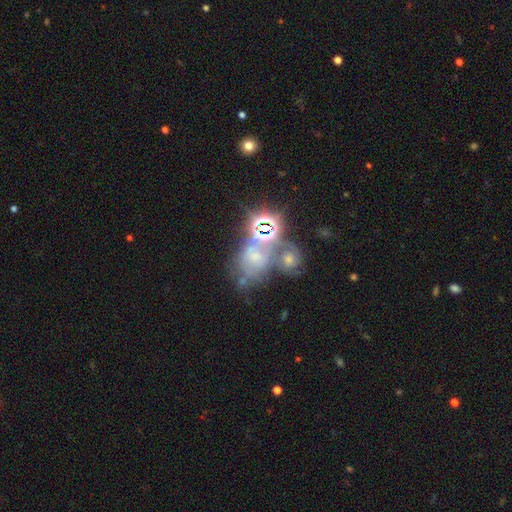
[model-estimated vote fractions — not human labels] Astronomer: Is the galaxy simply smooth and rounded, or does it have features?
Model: star or artifact — 43% (runner-up: featured or disk, 30%).